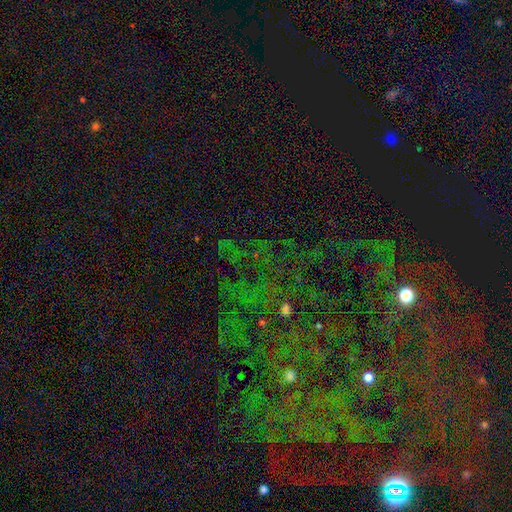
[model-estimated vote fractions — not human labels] Q: Smooth or featured?
A: star or artifact (80%); runner-up: featured or disk (11%)